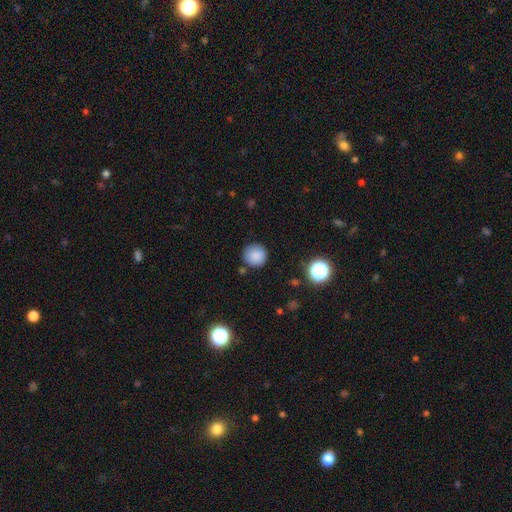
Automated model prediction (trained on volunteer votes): smooth 85%, star or artifact 10%, featured or disk 4%. Down the decision tree: how rounded — round (94%); merging — none (84%).